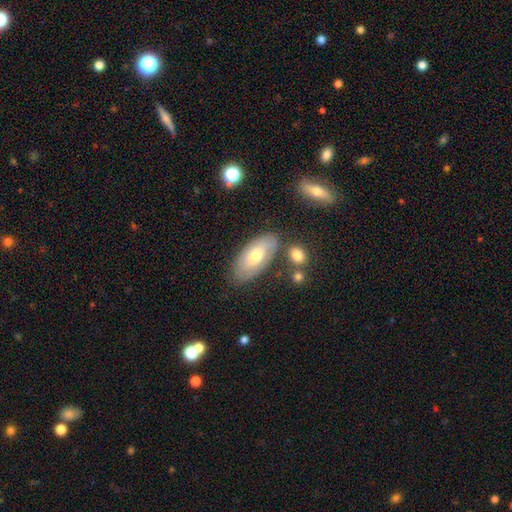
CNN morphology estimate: Q: Smooth or featured?
A: smooth (54%); runner-up: featured or disk (38%)
Q: How rounded?
A: in between (90%); runner-up: cigar-shaped (7%)
Q: Merging?
A: none (73%); runner-up: minor disturbance (17%)